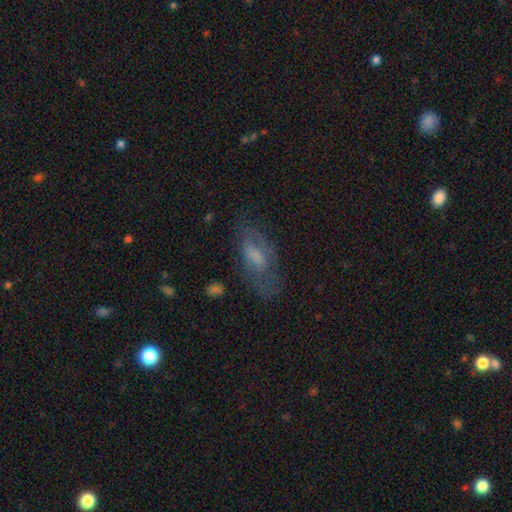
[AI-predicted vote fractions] smooth-or-featured: smooth: 48% | featured or disk: 42% | star or artifact: 10%
  merging: none: 55% | minor disturbance: 24% | major disturbance: 20% | merger: 2%